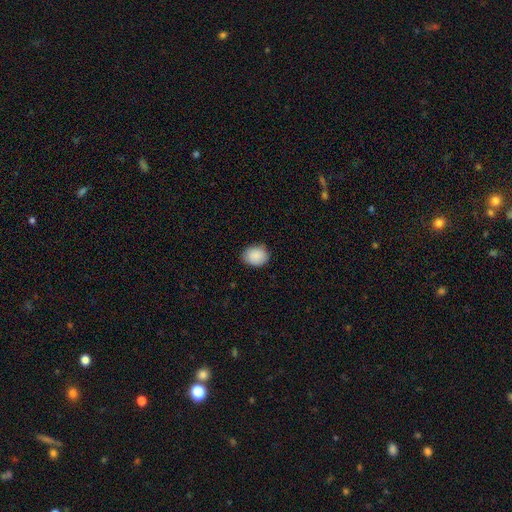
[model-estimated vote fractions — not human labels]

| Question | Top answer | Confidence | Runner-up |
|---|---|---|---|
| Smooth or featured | smooth | 89% | star or artifact (7%) |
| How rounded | in between | 52% | round (47%) |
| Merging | none | 82% | minor disturbance (15%) |